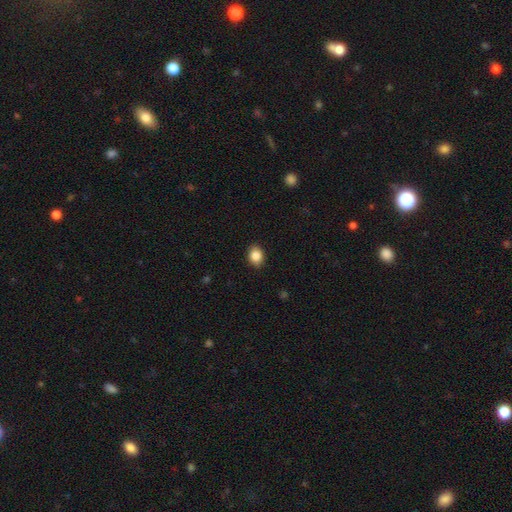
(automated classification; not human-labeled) Overall: smooth (87%). How rounded: in between (52%; round 47%). Merging: none (88%).